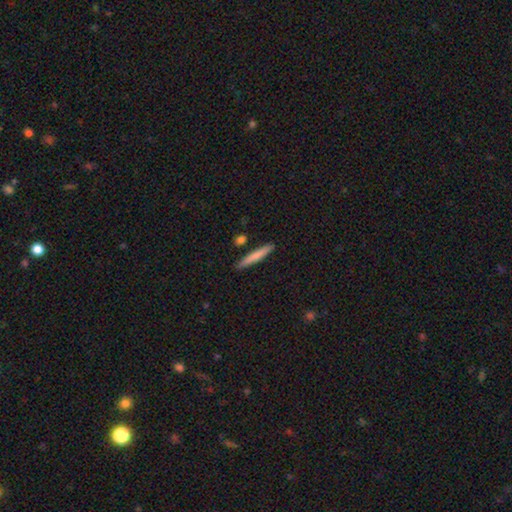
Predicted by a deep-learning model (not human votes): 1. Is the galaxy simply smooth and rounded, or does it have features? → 76% smooth, 19% featured or disk, 6% star or artifact.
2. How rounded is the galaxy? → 94% cigar-shaped, 4% in between, 1% round.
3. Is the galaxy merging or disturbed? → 87% none, 8% minor disturbance, 4% merger, 2% major disturbance.